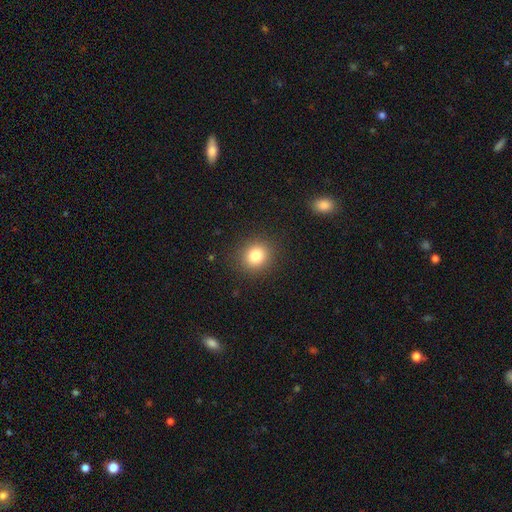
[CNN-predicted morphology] type=smooth (81%); roundness=round (86%); merging=none (90%).